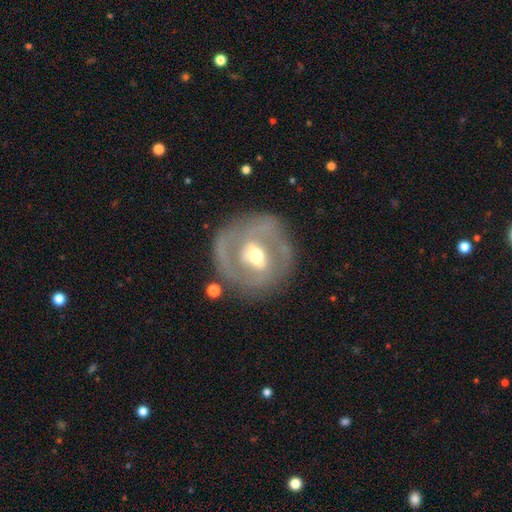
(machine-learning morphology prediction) A featured or disk galaxy (75%) with a strong bar (42%), spiral arms (59%) and a moderate central bulge (69%).

Vote fractions:
- Smooth or featured? featured or disk: 75% / smooth: 19% / star or artifact: 6%
- Edge-on disk? no: 94% / yes: 6%
- Bar? strong: 42% / weak: 40% / no: 18%
- Spiral arms? yes: 59% / no: 41%
- Bulge size? moderate: 69% / small: 20% / large: 9% / dominant: 1% / none: 1%
- Merging? none: 75% / minor disturbance: 15% / major disturbance: 8% / merger: 3%